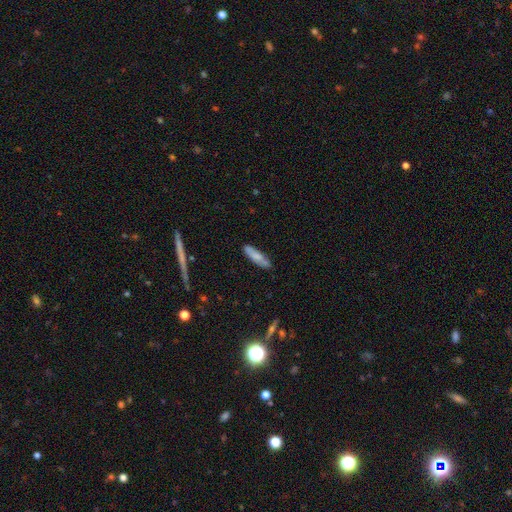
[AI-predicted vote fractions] This appears to be a smooth galaxy with no disk features (75%) that is cigar-shaped (68%). Merging: none (78%).